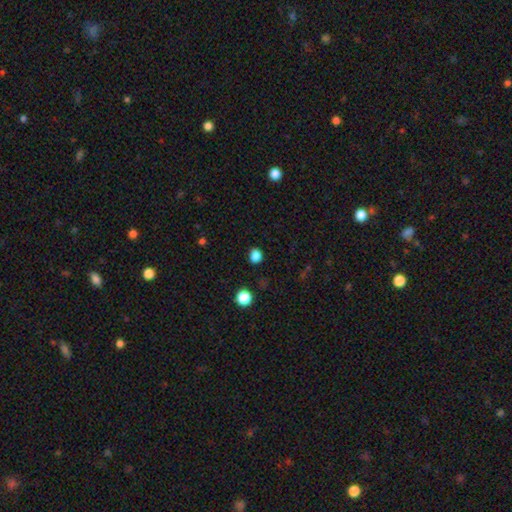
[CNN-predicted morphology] type=smooth (83%); roundness=round (64%); merging=none (86%).